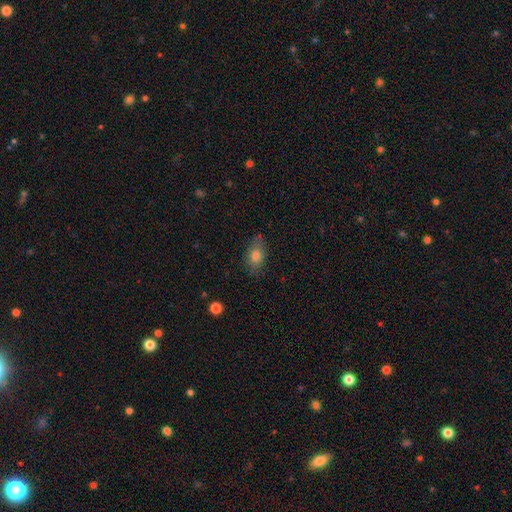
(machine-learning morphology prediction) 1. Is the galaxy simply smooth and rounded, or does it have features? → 76% smooth, 15% featured or disk, 9% star or artifact.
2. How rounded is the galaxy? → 85% in between, 9% round, 5% cigar-shaped.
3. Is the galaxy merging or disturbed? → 75% none, 19% minor disturbance, 4% major disturbance, 2% merger.